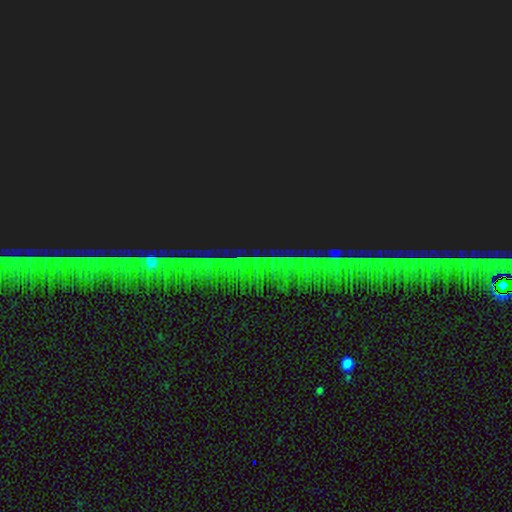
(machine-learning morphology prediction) Q: Smooth or featured?
A: star or artifact (85%); runner-up: featured or disk (8%)